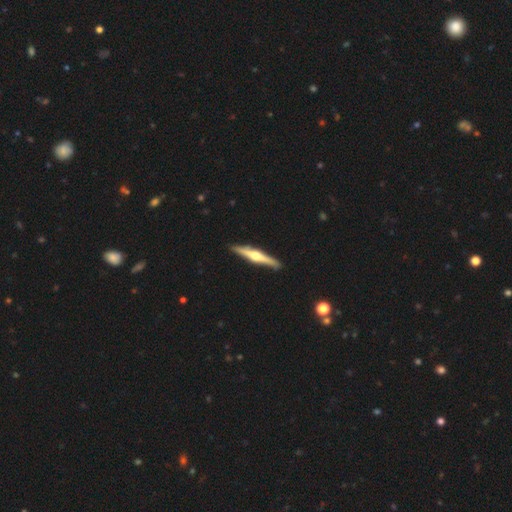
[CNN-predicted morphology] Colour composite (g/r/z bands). It shows a featured or disk galaxy (75%) viewed edge-on (98%) with a rounded central bulge (92%). Merging: none (90%).